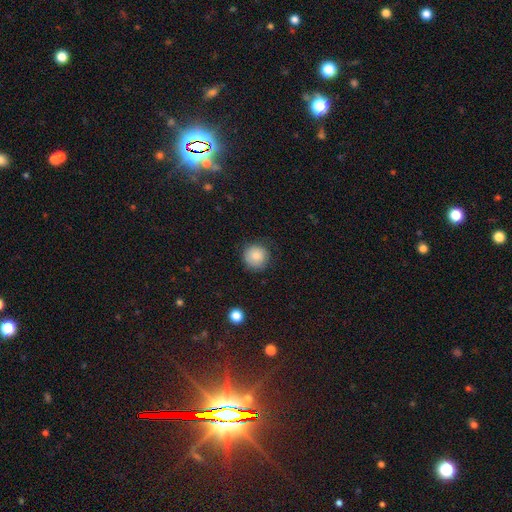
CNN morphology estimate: smooth-or-featured: smooth: 84% | star or artifact: 8% | featured or disk: 8%
  how-rounded: round: 93% | in between: 6% | cigar-shaped: 1%
  merging: none: 77% | minor disturbance: 18% | major disturbance: 5% | merger: 1%